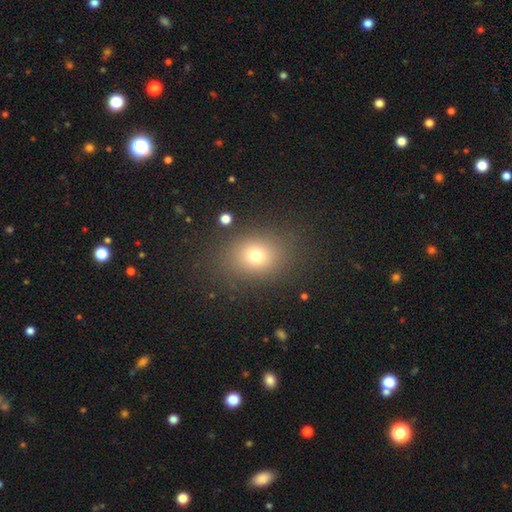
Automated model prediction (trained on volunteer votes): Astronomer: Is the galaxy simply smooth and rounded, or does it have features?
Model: smooth — 73%.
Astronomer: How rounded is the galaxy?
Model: round — 52% (runner-up: in between, 47%).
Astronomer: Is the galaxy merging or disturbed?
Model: none — 83%.